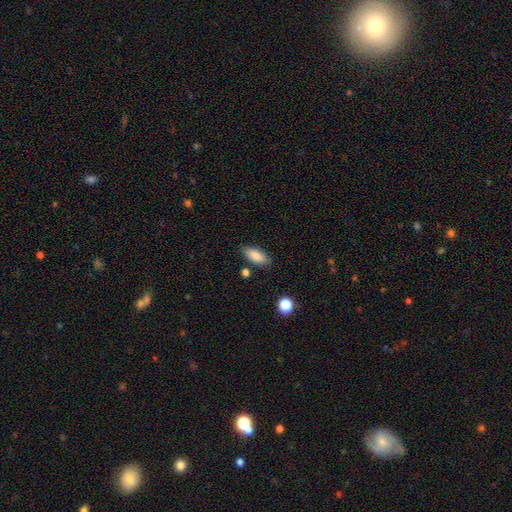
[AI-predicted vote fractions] Smooth or featured? smooth (84%)
How rounded? in between (85%)
Merging? none (81%)